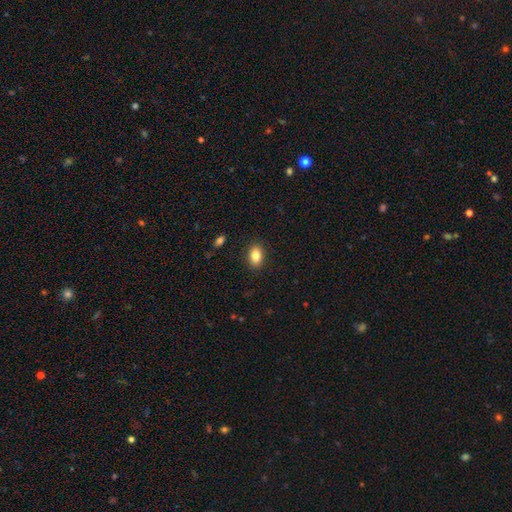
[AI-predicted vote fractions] This appears to be a smooth galaxy with no disk features (85%) that is in between round and cigar-shaped (83%). Merging: none (89%).